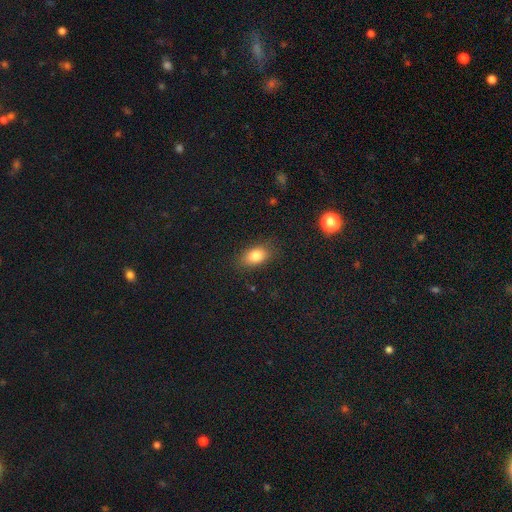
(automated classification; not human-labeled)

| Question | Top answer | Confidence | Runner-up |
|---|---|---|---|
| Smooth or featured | smooth | 82% | star or artifact (10%) |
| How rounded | in between | 84% | round (13%) |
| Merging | none | 83% | minor disturbance (12%) |